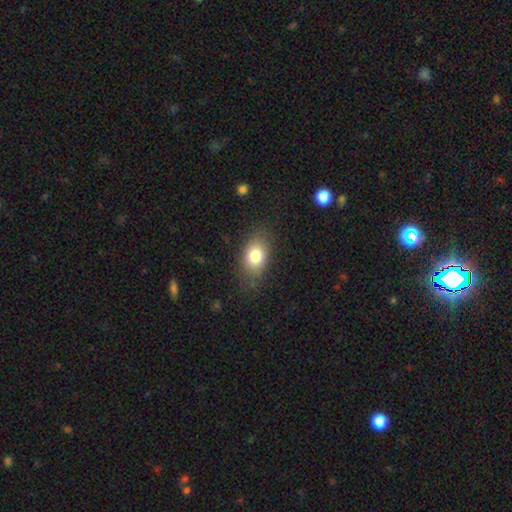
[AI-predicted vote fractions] Smooth or featured? Predicted: smooth (p=0.72). How rounded? Predicted: in between (p=0.81). Merging? Predicted: none (p=0.87).